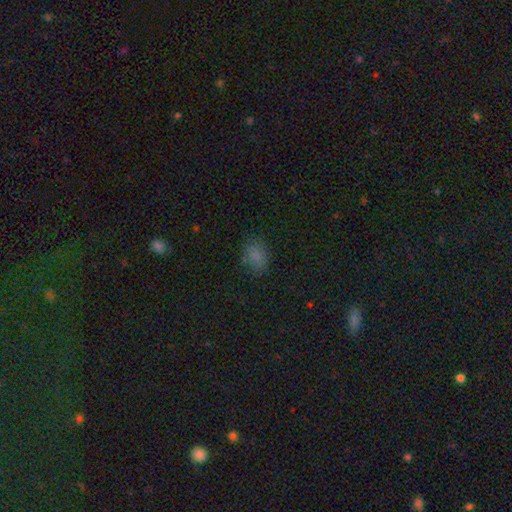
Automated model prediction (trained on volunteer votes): Smooth or featured?
  - smooth: 78% *
  - star or artifact: 16%
  - featured or disk: 7%
How rounded?
  - in between: 69% *
  - round: 29%
  - cigar-shaped: 1%
Merging?
  - none: 75% *
  - minor disturbance: 18%
  - major disturbance: 5%
  - merger: 2%